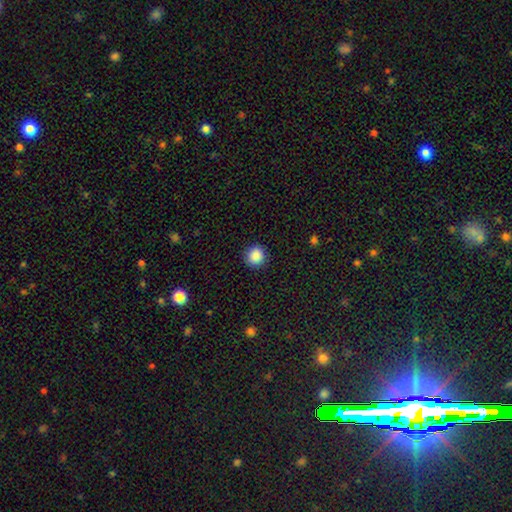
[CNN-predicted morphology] smooth-or-featured: smooth: 88% | star or artifact: 9% | featured or disk: 3%
  how-rounded: round: 93% | in between: 6% | cigar-shaped: 1%
  merging: none: 92% | minor disturbance: 5% | major disturbance: 2% | merger: 1%